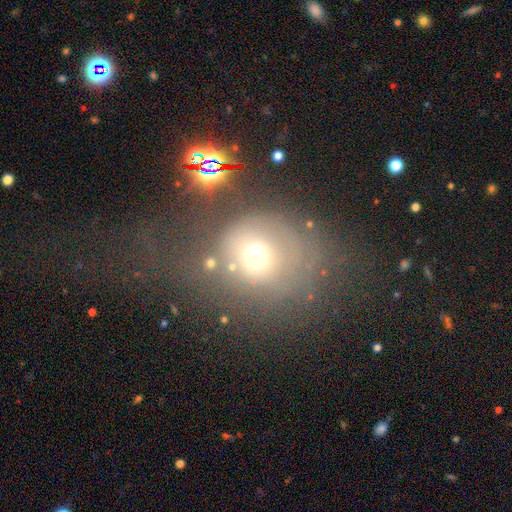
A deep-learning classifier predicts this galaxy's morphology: Smooth or featured?
  - smooth: 59% *
  - star or artifact: 21%
  - featured or disk: 20%
How rounded?
  - round: 79% *
  - in between: 20%
  - cigar-shaped: 1%
Merging?
  - none: 45% *
  - major disturbance: 27%
  - minor disturbance: 19%
  - merger: 9%